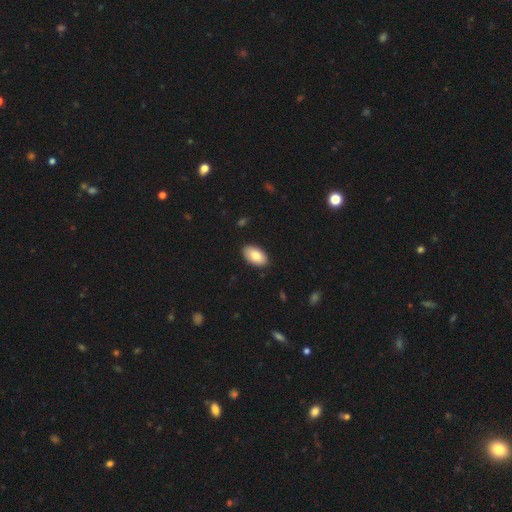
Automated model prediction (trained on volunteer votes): smooth 81%, featured or disk 13%, star or artifact 6%. Down the decision tree: how rounded — in between (95%); merging — none (89%).